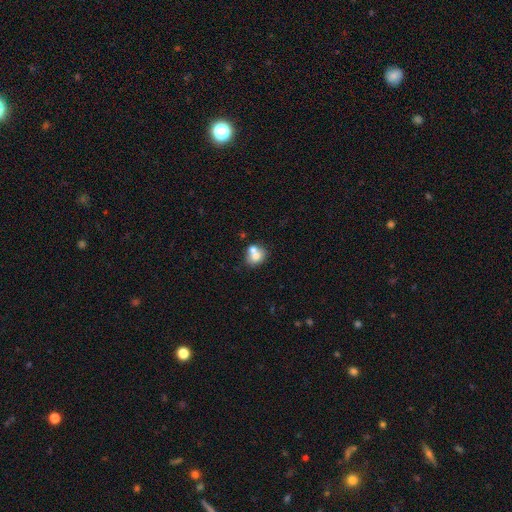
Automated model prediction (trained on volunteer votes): A smooth galaxy with no disk features (70%) that is round (63%). Merging: merger (47%).